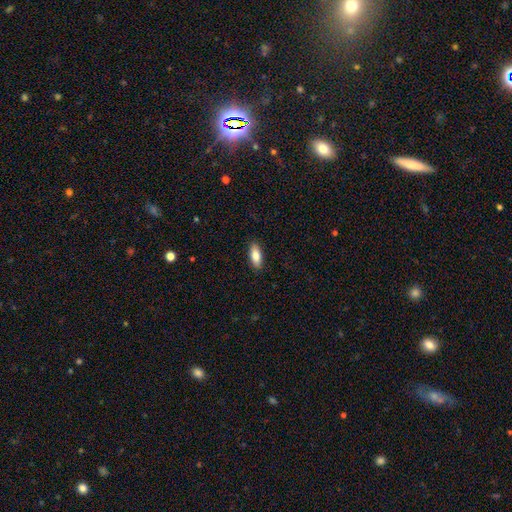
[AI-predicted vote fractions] smooth 84%, featured or disk 10%, star or artifact 6%. Down the decision tree: how rounded — in between (80%); merging — none (89%).